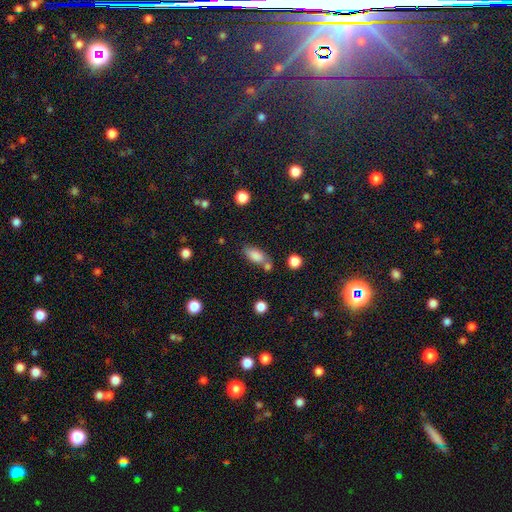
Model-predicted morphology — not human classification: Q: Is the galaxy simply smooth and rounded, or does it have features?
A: smooth — 83%.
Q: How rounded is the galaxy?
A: in between — 87%.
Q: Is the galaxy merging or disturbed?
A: none — 54%.